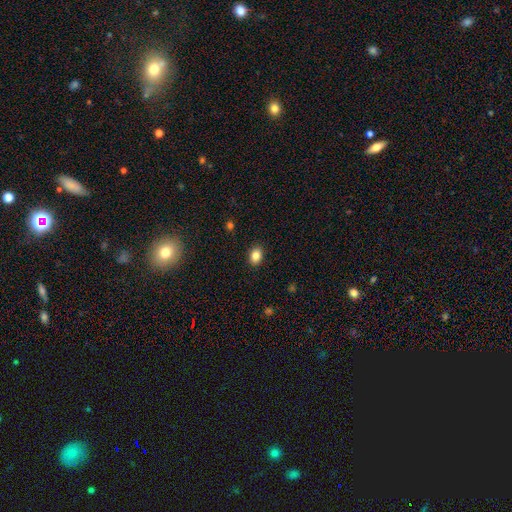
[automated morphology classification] smooth 84%, star or artifact 10%, featured or disk 6%. Down the decision tree: how rounded — in between (69%); merging — none (89%).